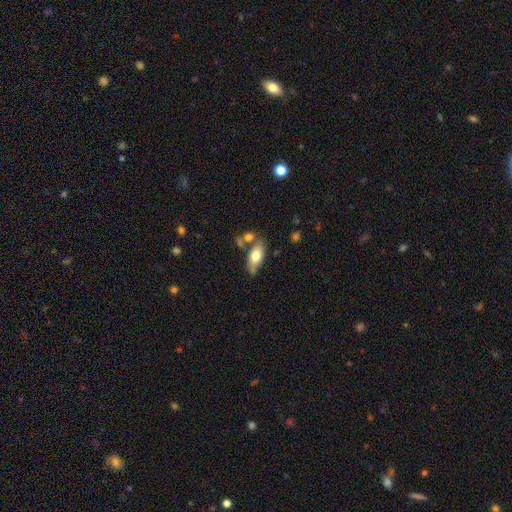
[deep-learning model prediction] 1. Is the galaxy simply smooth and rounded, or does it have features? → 70% smooth, 23% featured or disk, 7% star or artifact.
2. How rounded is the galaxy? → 85% in between, 11% cigar-shaped, 3% round.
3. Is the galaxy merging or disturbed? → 60% none, 18% merger, 17% minor disturbance, 5% major disturbance.